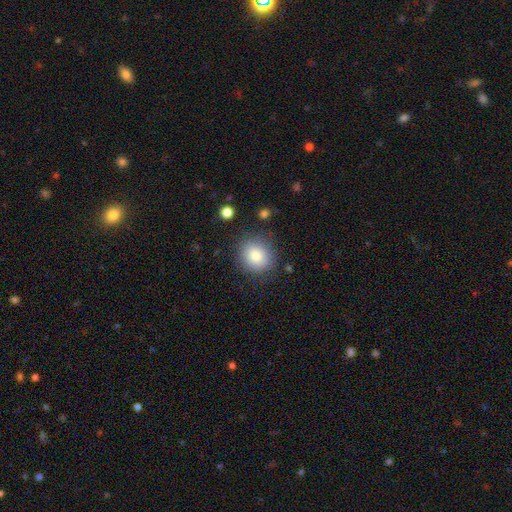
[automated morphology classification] smooth 85%, star or artifact 9%, featured or disk 7%. Down the decision tree: how rounded — round (79%); merging — none (83%).